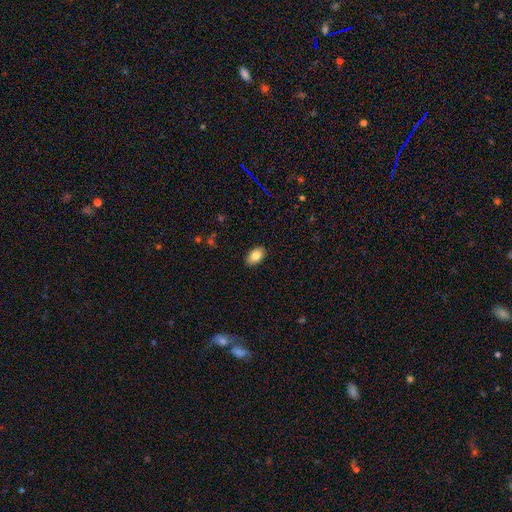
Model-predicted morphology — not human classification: smooth_or_featured: smooth (p=0.84) [alt: featured or disk p=0.09]
how_rounded: in between (p=0.92) [alt: round p=0.07]
merging: none (p=0.88) [alt: minor disturbance p=0.09]